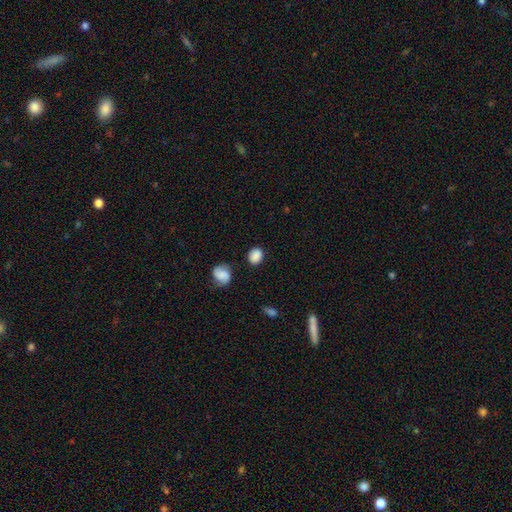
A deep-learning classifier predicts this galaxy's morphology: Smooth or featured? Predicted: smooth (p=0.85). How rounded? Predicted: round (p=0.61). Merging? Predicted: none (p=0.80).